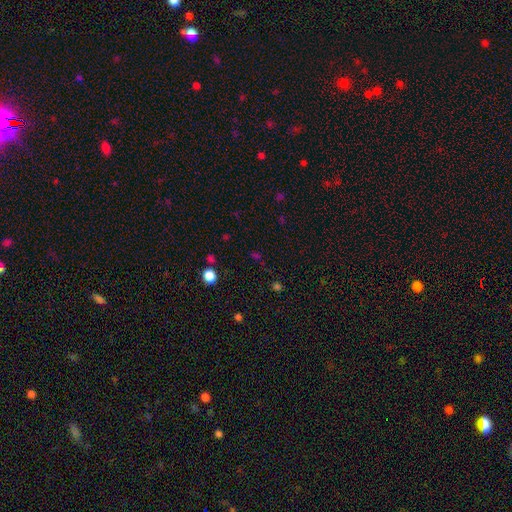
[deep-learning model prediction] A star or artifact, not a galaxy (49%).